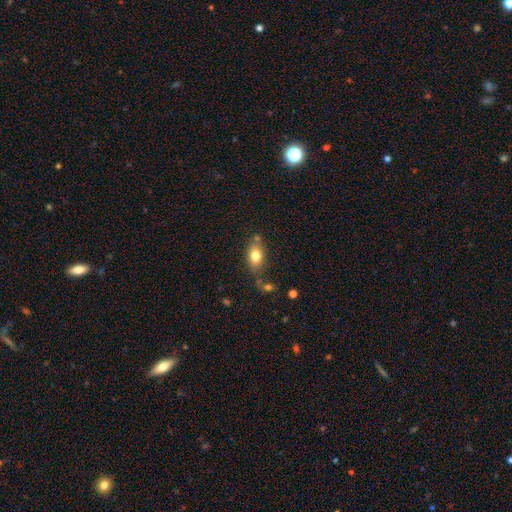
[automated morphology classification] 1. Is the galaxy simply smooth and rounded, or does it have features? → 78% smooth, 13% featured or disk, 9% star or artifact.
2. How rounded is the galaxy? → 82% in between, 14% round, 4% cigar-shaped.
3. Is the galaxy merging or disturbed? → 65% none, 18% minor disturbance, 12% merger, 5% major disturbance.